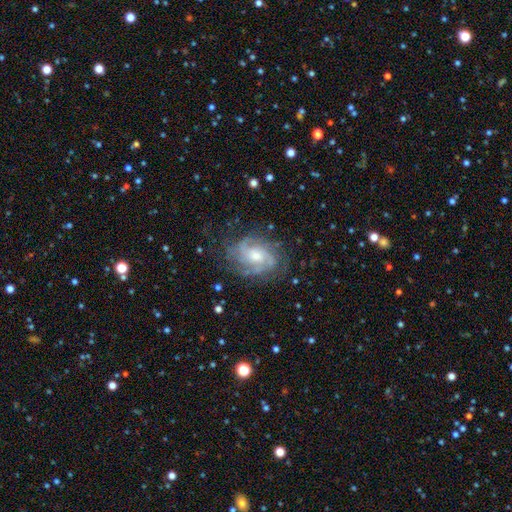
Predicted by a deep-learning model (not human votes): The model was most divided on "spiral arm count": 2: 33%, can't tell: 25%, 3: 23%, 4: 9%, 1: 5%, more than 4: 5%. More confident: edge-on disk — no (97%); spiral arms — yes (96%); smooth or featured — featured or disk (84%); merging — none (73%); bar — no (63%); bulge size — moderate (54%); spiral winding — tight (51%).